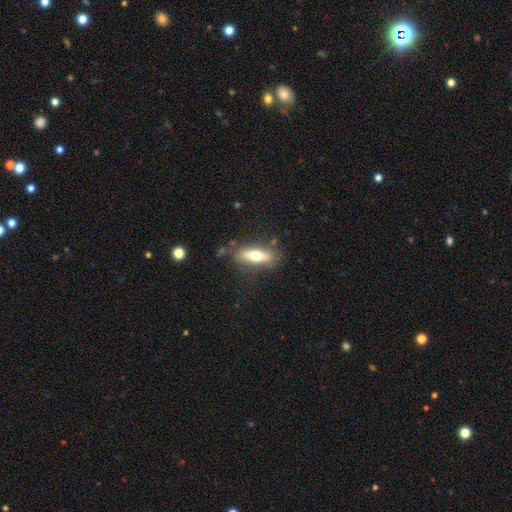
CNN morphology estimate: smooth-or-featured: smooth: 60% | featured or disk: 33% | star or artifact: 7%
  how-rounded: in between: 51% | cigar-shaped: 46% | round: 3%
  merging: none: 79% | minor disturbance: 14% | major disturbance: 4% | merger: 3%